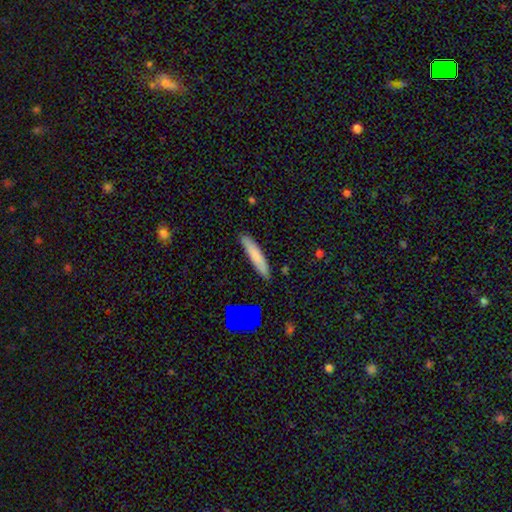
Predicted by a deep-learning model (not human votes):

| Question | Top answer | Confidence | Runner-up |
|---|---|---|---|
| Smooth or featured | smooth | 76% | featured or disk (15%) |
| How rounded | cigar-shaped | 88% | in between (10%) |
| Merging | none | 87% | minor disturbance (9%) |